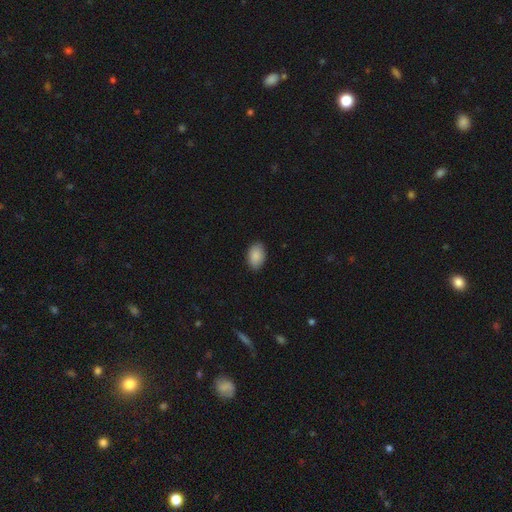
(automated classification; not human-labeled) This is clearly a smooth galaxy (89%). How rounded: clearly in between (89%). Merging: clearly none (88%).